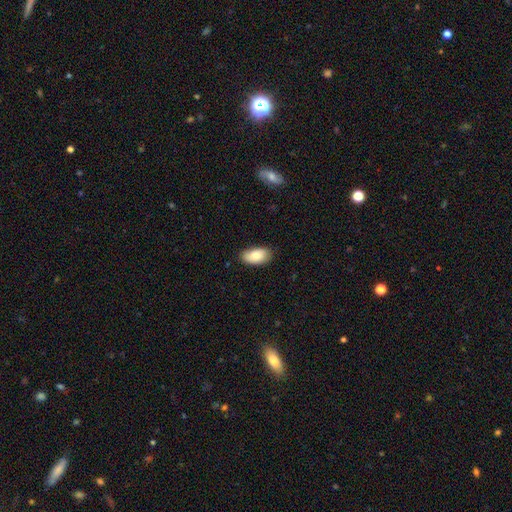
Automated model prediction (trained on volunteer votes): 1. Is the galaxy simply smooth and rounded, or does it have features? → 83% smooth, 10% featured or disk, 6% star or artifact.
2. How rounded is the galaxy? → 94% in between, 3% round, 3% cigar-shaped.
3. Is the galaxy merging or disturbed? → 84% none, 13% minor disturbance, 2% major disturbance, 1% merger.